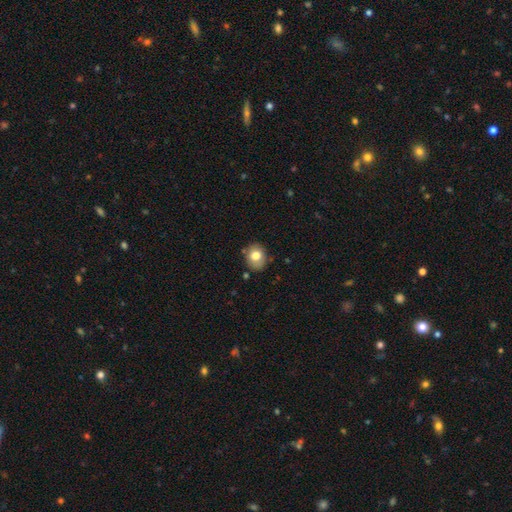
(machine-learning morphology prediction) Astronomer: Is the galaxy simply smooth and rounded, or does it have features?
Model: smooth — 77%.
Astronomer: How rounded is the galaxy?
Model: round — 56% (runner-up: in between, 43%).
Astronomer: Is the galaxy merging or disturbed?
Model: none — 78%.